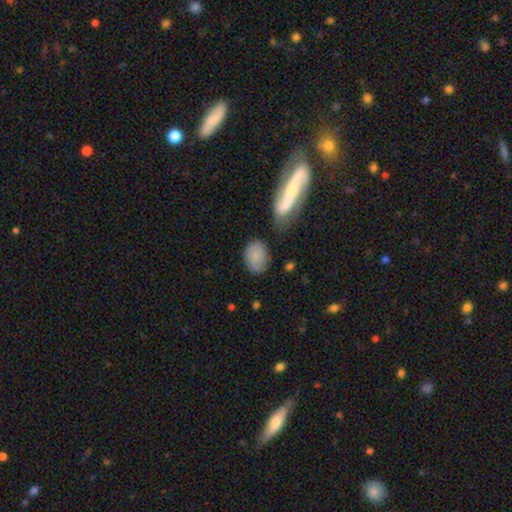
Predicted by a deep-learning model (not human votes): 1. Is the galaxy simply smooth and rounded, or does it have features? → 80% smooth, 12% featured or disk, 7% star or artifact.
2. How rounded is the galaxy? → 83% in between, 15% round, 2% cigar-shaped.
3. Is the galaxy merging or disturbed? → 69% none, 17% minor disturbance, 8% merger, 6% major disturbance.